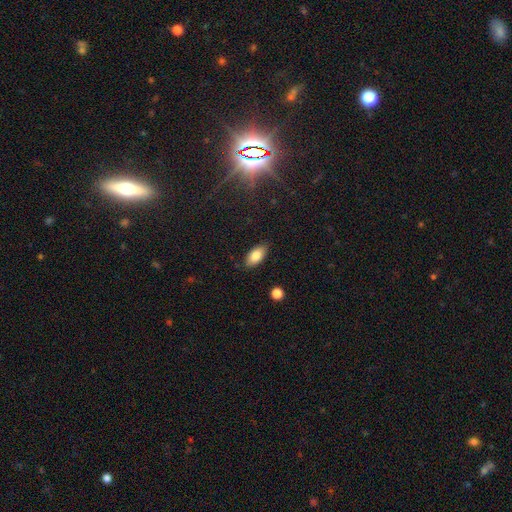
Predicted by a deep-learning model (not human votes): Smooth or featured? Predicted: smooth (p=0.82). How rounded? Predicted: in between (p=0.92). Merging? Predicted: none (p=0.86).